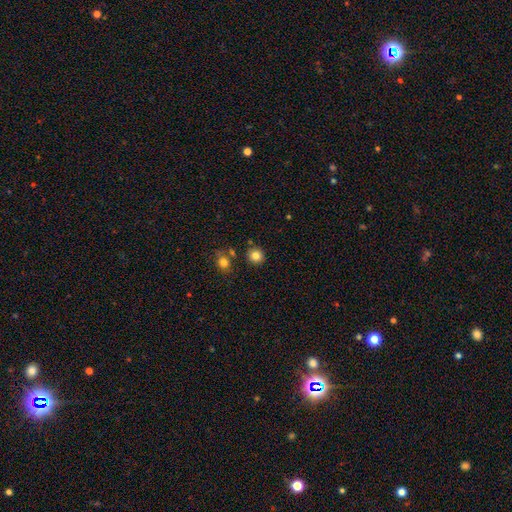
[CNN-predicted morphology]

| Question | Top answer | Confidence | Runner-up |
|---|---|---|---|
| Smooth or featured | smooth | 83% | star or artifact (11%) |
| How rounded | round | 91% | in between (8%) |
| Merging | none | 86% | minor disturbance (7%) |